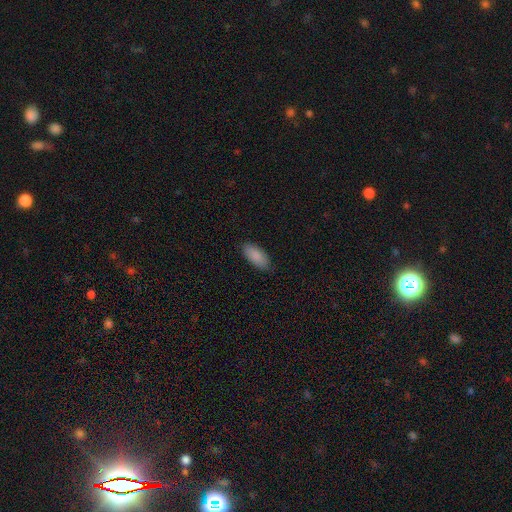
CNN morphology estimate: A smooth galaxy with no disk features (89%) that is in between round and cigar-shaped (90%).

Vote fractions:
- Smooth or featured? smooth: 89% / star or artifact: 6% / featured or disk: 5%
- How rounded? in between: 90% / cigar-shaped: 8% / round: 2%
- Merging? none: 85% / minor disturbance: 12% / major disturbance: 2% / merger: 1%